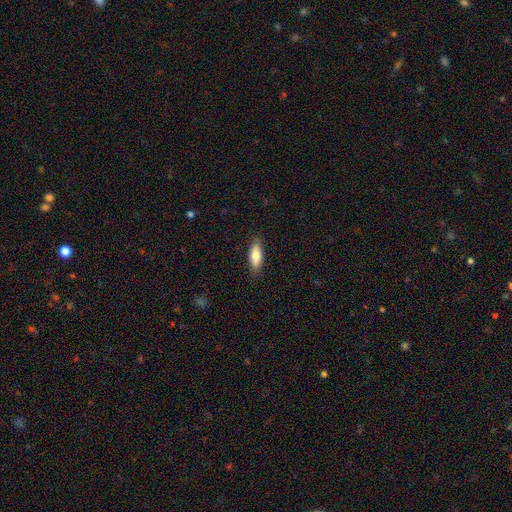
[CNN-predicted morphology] Smooth or featured? smooth (76%)
How rounded? in between (61%)
Merging? none (87%)